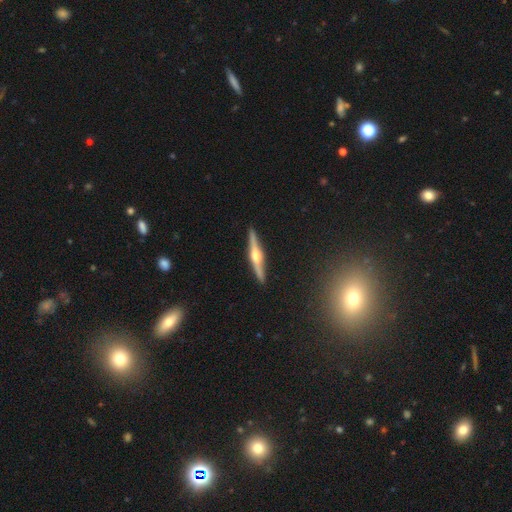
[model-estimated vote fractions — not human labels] Smooth or featured?
  - featured or disk: 78% *
  - smooth: 16%
  - star or artifact: 5%
Edge-on disk?
  - yes: 98% *
  - no: 2%
Edge-on bulge?
  - rounded: 91% *
  - boxy: 6%
  - none: 3%
Merging?
  - none: 91% *
  - minor disturbance: 6%
  - major disturbance: 1%
  - merger: 1%